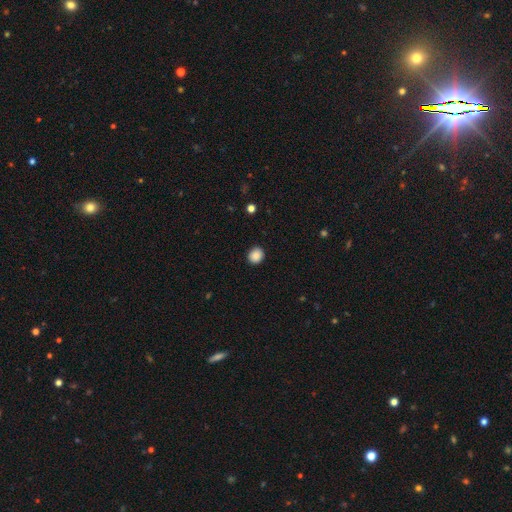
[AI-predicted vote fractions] Smooth or featured? smooth (88%)
How rounded? round (79%)
Merging? none (91%)